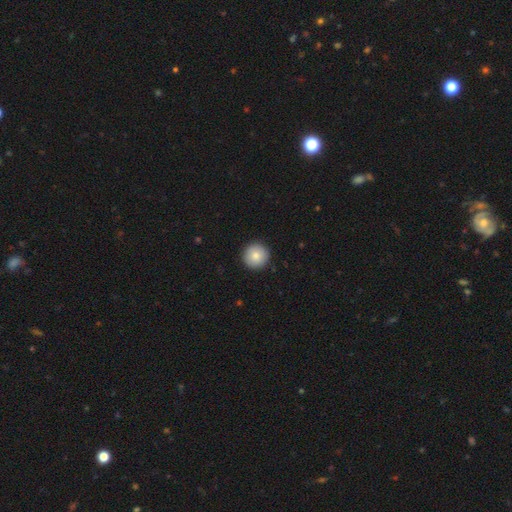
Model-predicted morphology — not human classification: A smooth galaxy with no disk features (84%) that is round (96%).

Vote fractions:
- Smooth or featured? smooth: 84% / featured or disk: 8% / star or artifact: 8%
- How rounded? round: 96% / in between: 3% / cigar-shaped: 1%
- Merging? none: 93% / minor disturbance: 5% / major disturbance: 1% / merger: 1%